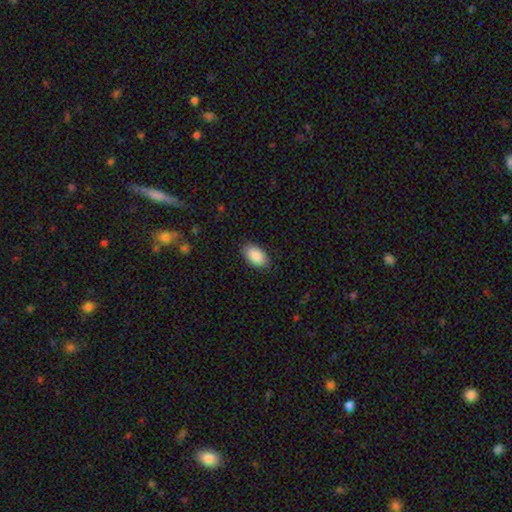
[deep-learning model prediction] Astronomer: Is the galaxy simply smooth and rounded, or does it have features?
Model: smooth — 90%.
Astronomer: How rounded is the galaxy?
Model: in between — 94%.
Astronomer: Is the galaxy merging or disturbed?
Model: none — 86%.